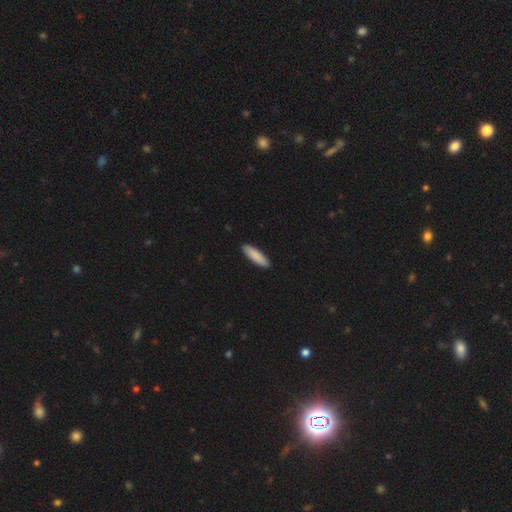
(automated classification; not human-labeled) Smooth or featured: smooth — 89% (featured or disk — 6%)
How rounded: cigar-shaped — 60% (in between — 39%)
Merging: none — 91% (minor disturbance — 7%)